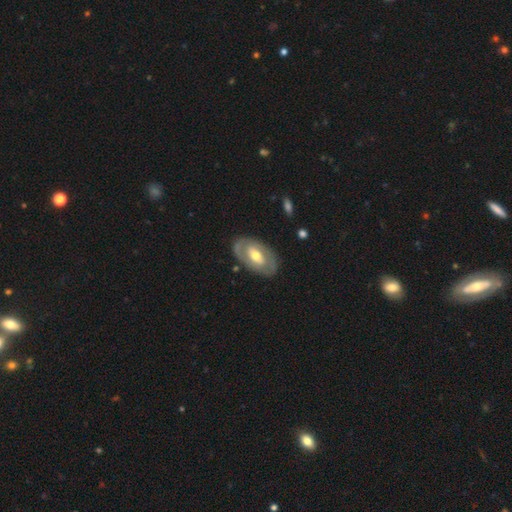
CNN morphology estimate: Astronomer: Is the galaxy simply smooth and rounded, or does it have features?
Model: featured or disk — 63%.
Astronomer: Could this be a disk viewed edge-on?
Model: no — 91%.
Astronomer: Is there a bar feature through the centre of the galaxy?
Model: no — 49% (runner-up: weak, 33%).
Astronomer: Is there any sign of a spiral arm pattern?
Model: no — 61% (runner-up: yes, 39%).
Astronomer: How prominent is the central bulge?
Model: moderate — 70%.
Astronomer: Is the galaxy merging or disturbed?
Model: none — 82%.